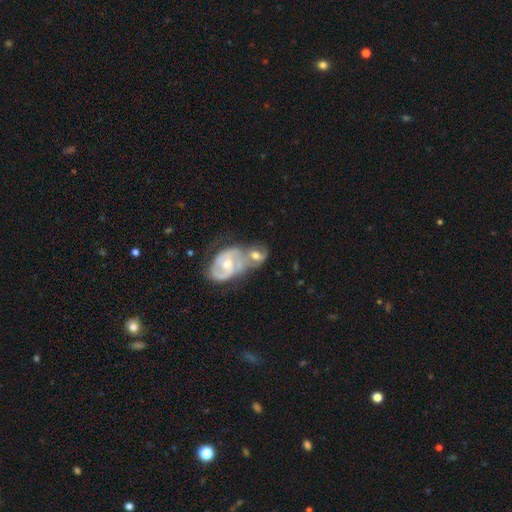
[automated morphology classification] featured or disk 60%, smooth 33%, star or artifact 7%. Down the decision tree: edge-on disk — no (95%); bar — no (57%); spiral arms — yes (75%); bulge size — moderate (67%); merging — merger (70%).